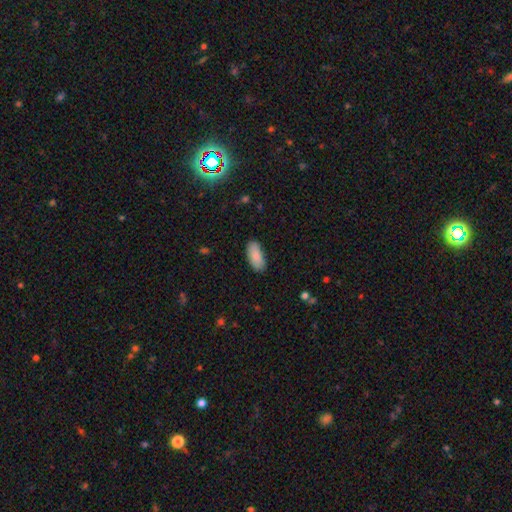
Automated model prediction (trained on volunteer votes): A smooth galaxy with no disk features (86%) that is in between round and cigar-shaped (90%). Merging: none (84%).